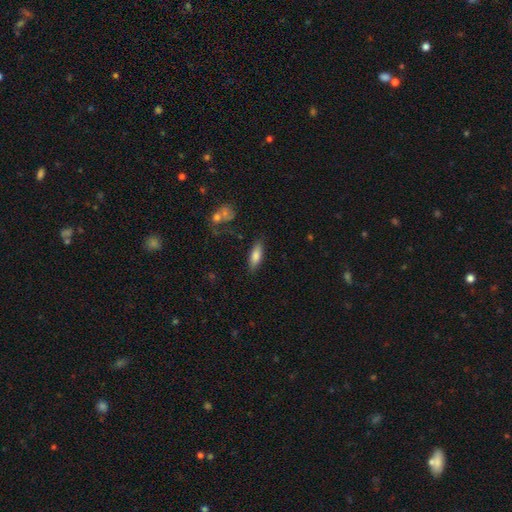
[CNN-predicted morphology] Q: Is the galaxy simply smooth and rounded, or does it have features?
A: smooth — 79%.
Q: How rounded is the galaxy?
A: in between — 63%.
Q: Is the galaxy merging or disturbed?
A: none — 81%.